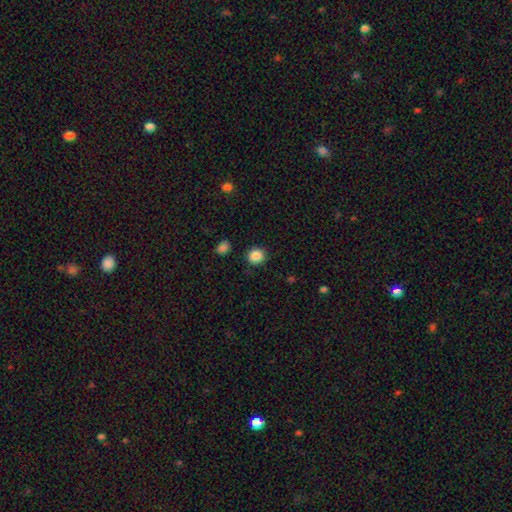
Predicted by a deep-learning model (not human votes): Smooth or featured? Predicted: smooth (p=0.87). How rounded? Predicted: round (p=0.82). Merging? Predicted: none (p=0.88).